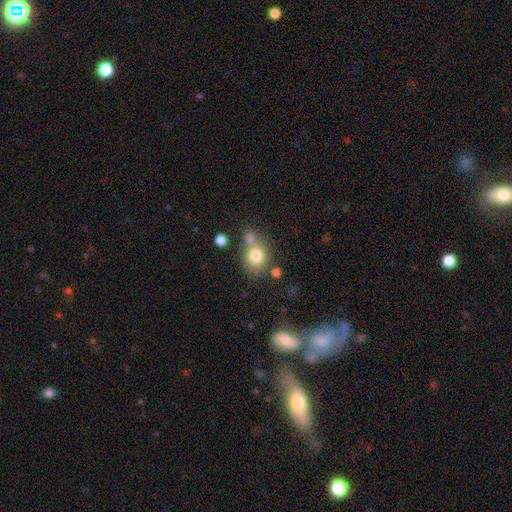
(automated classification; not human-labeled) Smooth or featured: smooth — 77% (featured or disk — 12%)
How rounded: round — 60% (in between — 39%)
Merging: none — 54% (merger — 27%)